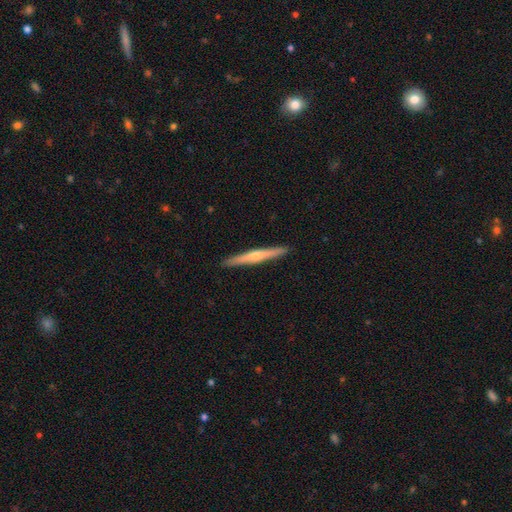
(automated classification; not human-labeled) featured or disk 66%, smooth 28%, star or artifact 6%. Down the decision tree: edge-on disk — yes (98%); edge-on bulge — rounded (77%); merging — none (92%).